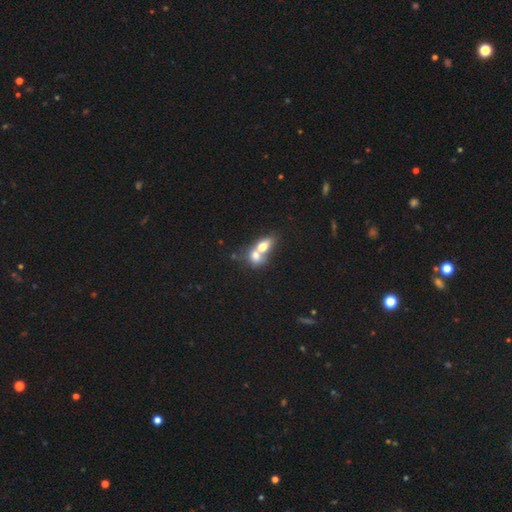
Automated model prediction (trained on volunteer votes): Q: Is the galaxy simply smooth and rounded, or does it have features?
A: smooth — 68%.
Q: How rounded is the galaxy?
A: in between — 65%.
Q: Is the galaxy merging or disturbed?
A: merger — 78%.